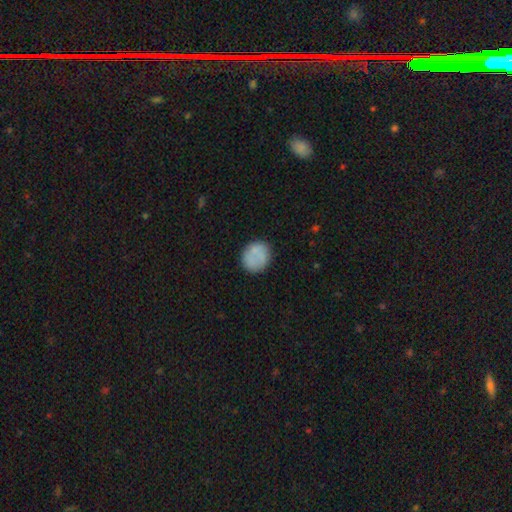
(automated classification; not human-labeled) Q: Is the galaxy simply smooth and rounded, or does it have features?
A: smooth — 81%.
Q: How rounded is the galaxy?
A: round — 82%.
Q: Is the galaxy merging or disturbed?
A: none — 80%.